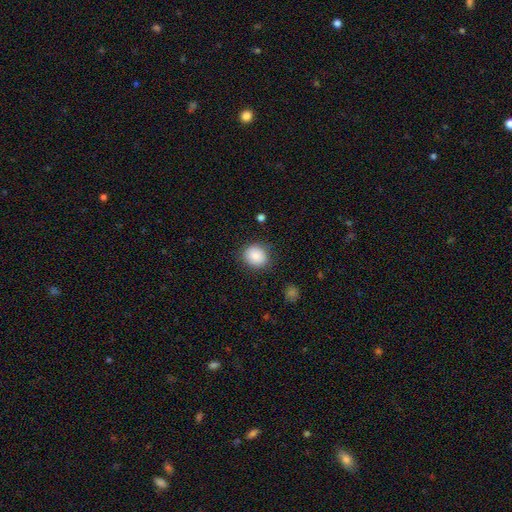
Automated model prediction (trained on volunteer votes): This appears to be a smooth galaxy with no disk features (87%) that is round (74%). Merging: none (84%).